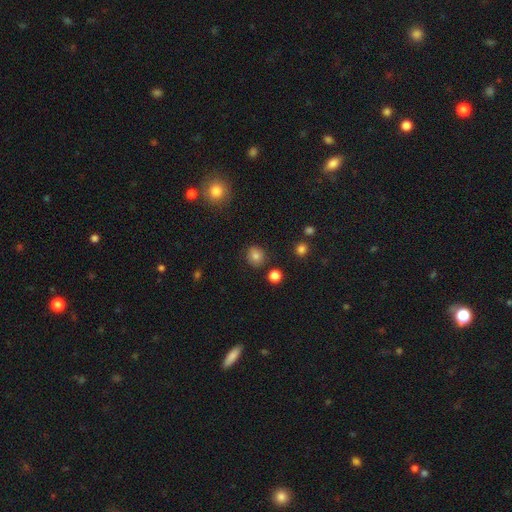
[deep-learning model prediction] Overall: smooth (81%). How rounded: round (86%). Merging: none (87%).